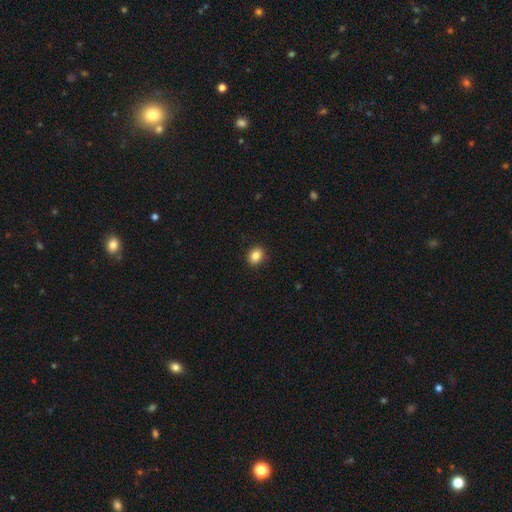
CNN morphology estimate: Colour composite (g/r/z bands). It shows a smooth galaxy with no disk features (86%) that is round (52%). Merging: none (91%).